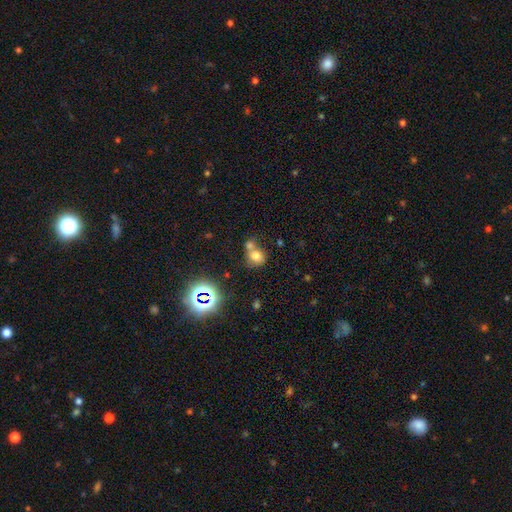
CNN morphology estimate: Q: Smooth or featured?
A: smooth (70%); runner-up: star or artifact (18%)
Q: How rounded?
A: round (71%); runner-up: in between (28%)
Q: Merging?
A: merger (49%); runner-up: none (36%)